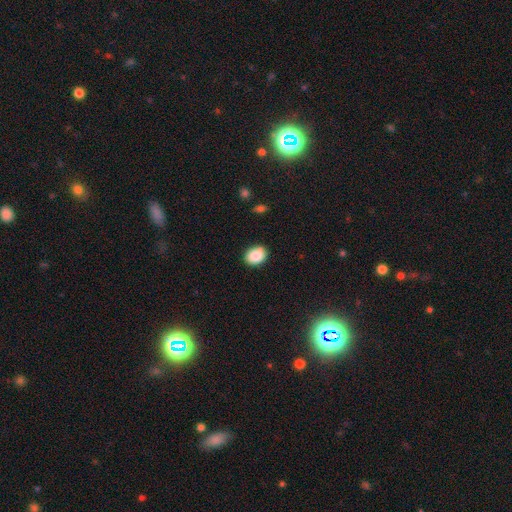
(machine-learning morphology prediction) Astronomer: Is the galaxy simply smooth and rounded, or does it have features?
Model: smooth — 87%.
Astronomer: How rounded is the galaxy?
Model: in between — 64%.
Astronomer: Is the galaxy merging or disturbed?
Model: none — 84%.